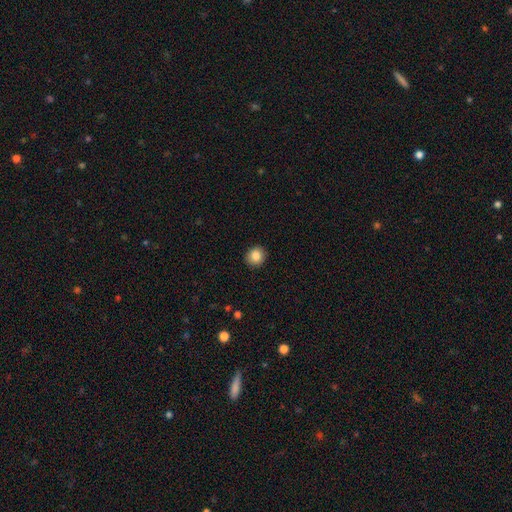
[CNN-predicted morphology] smooth_or_featured: smooth (p=0.86) [alt: star or artifact p=0.09]
how_rounded: round (p=0.86) [alt: in between p=0.13]
merging: none (p=0.92) [alt: minor disturbance p=0.06]